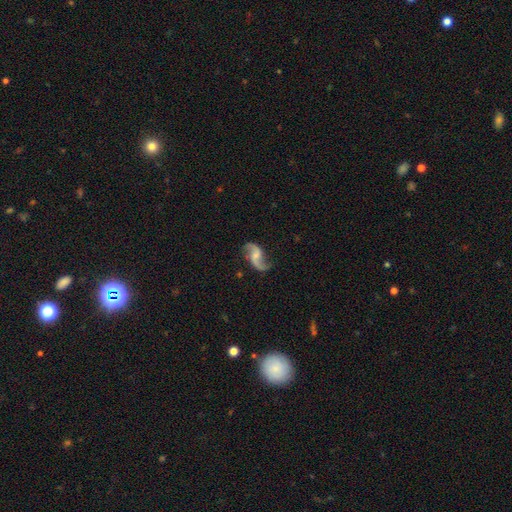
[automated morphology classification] smooth_or_featured: featured or disk (p=0.88) [alt: smooth p=0.07]
disk_edge_on: no (p=0.97) [alt: yes p=0.03]
bar: no (p=0.50) [alt: weak p=0.40]
has_spiral_arms: yes (p=0.97) [alt: no p=0.03]
spiral_winding: loose (p=0.79) [alt: medium p=0.17]
spiral_arm_count: 2 (p=0.94) [alt: 1 p=0.02]
bulge_size: small (p=0.45) [alt: moderate p=0.33]
merging: none (p=0.79) [alt: minor disturbance p=0.13]